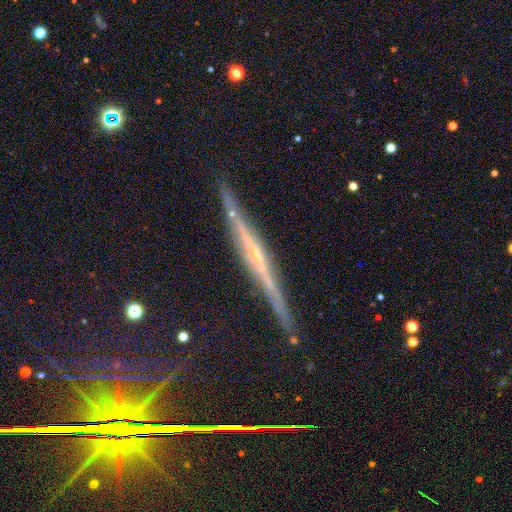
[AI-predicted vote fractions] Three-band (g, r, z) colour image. It shows a featured or disk galaxy (72%) viewed edge-on (97%) with no central bulge (61%). Merging: none (86%).